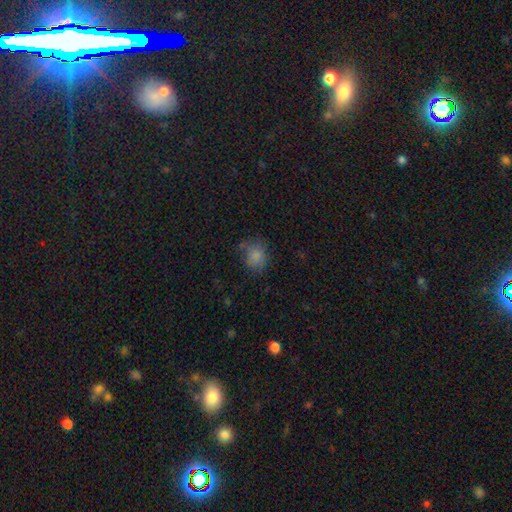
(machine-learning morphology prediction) Q: Smooth or featured?
A: smooth (79%); runner-up: star or artifact (12%)
Q: How rounded?
A: round (64%); runner-up: in between (35%)
Q: Merging?
A: none (59%); runner-up: minor disturbance (26%)